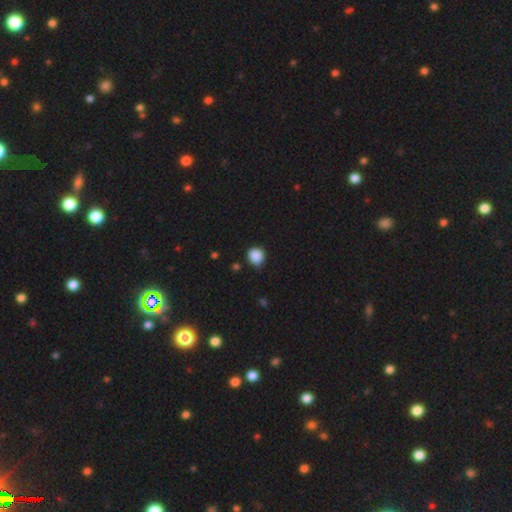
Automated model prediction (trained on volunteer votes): This is clearly a smooth galaxy (87%). How rounded: clearly round (87%). Merging: likely none (80%).